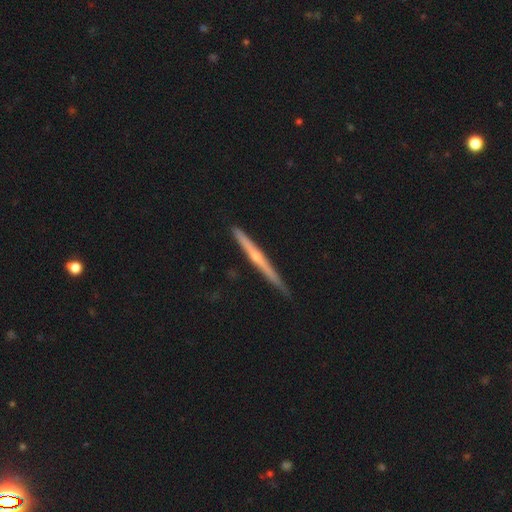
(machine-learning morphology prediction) This appears to be a featured or disk galaxy (70%) viewed edge-on (98%) with a rounded central bulge (64%). Merging: none (87%).